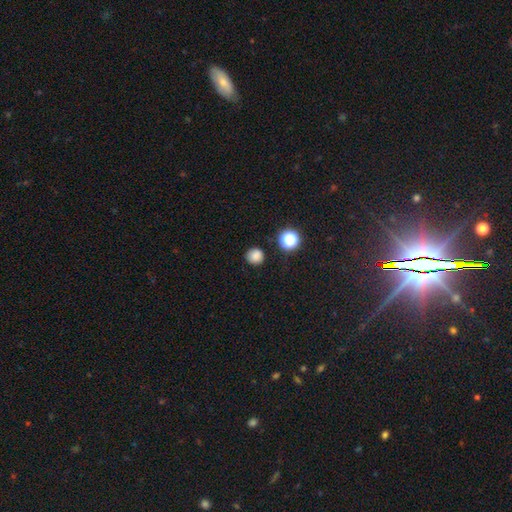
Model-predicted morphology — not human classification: Smooth or featured: smooth — 82% (star or artifact — 14%)
How rounded: round — 92% (in between — 7%)
Merging: none — 88% (minor disturbance — 8%)